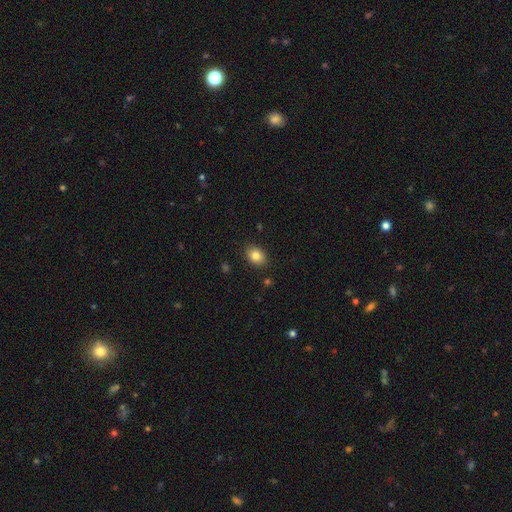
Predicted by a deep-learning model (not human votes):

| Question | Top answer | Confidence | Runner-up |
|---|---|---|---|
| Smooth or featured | smooth | 83% | star or artifact (9%) |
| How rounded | in between | 60% | round (39%) |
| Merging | none | 88% | minor disturbance (8%) |